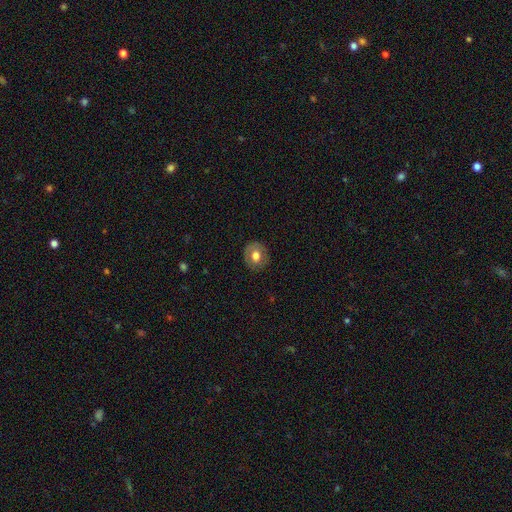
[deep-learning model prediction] smooth_or_featured: smooth (p=0.66) [alt: featured or disk p=0.27]
how_rounded: round (p=0.75) [alt: in between p=0.24]
merging: none (p=0.85) [alt: minor disturbance p=0.11]